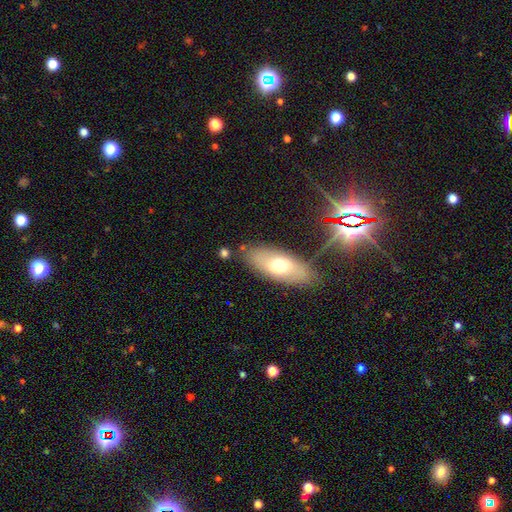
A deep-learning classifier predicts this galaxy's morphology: smooth_or_featured: smooth (p=0.56) [alt: featured or disk p=0.30]
how_rounded: in between (p=0.81) [alt: cigar-shaped p=0.14]
merging: none (p=0.81) [alt: minor disturbance p=0.12]